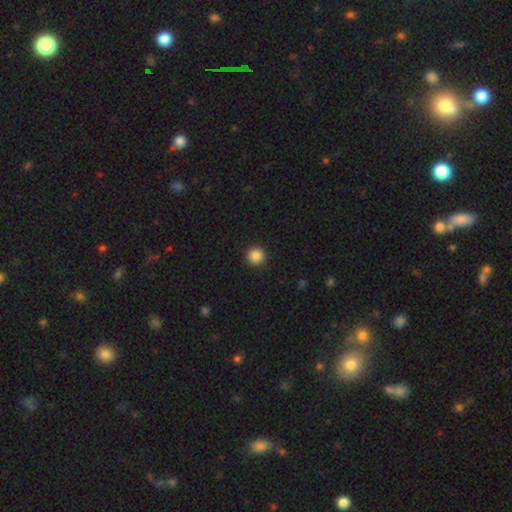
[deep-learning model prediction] The model was most divided on "smooth or featured": smooth: 87%, star or artifact: 10%, featured or disk: 3%. More confident: how rounded — round (96%); merging — none (92%).